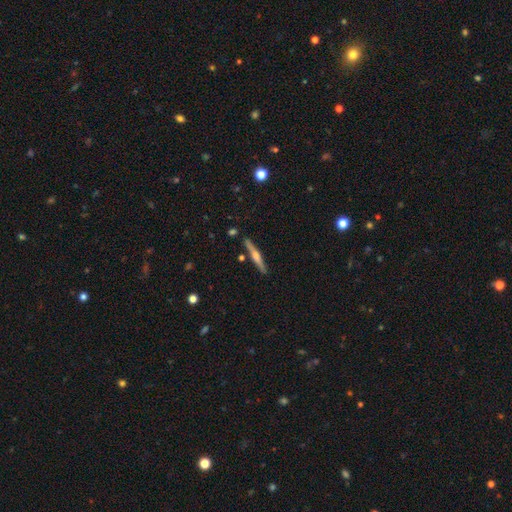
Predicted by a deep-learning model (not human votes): Smooth or featured: featured or disk — 68% (smooth — 26%)
Edge-on disk: yes — 98% (no — 2%)
Edge-on bulge: rounded — 83% (boxy — 9%)
Merging: none — 88% (minor disturbance — 8%)